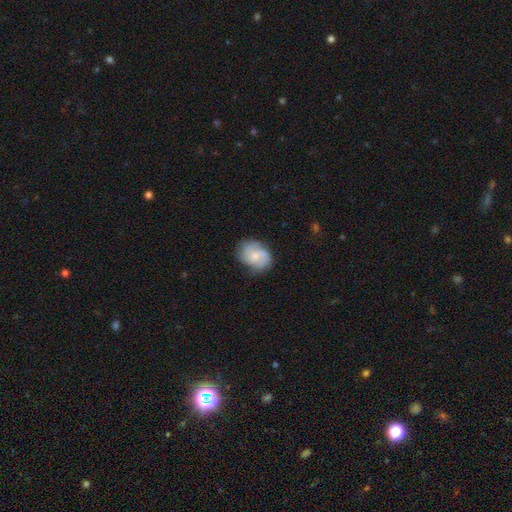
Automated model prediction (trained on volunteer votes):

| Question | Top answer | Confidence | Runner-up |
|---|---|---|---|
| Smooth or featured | featured or disk | 57% | smooth (36%) |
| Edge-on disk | no | 98% | yes (2%) |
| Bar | no | 72% | weak (25%) |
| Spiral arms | yes | 89% | no (11%) |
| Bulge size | small | 49% | moderate (39%) |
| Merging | none | 64% | minor disturbance (24%) |